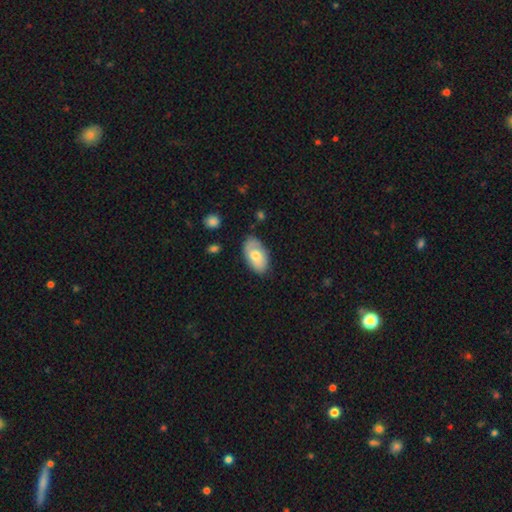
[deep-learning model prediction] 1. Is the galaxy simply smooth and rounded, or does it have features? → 64% smooth, 30% featured or disk, 6% star or artifact.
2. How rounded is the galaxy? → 94% in between, 5% round, 2% cigar-shaped.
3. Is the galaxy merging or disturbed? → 73% none, 21% minor disturbance, 4% major disturbance, 2% merger.